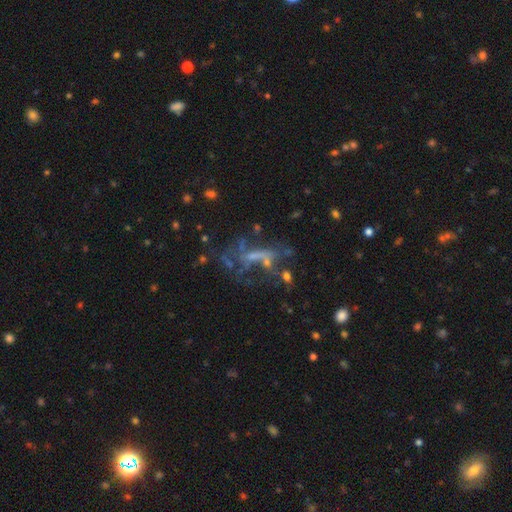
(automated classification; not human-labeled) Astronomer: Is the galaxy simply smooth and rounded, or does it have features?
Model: featured or disk — 54%.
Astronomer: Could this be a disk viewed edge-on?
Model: no — 90%.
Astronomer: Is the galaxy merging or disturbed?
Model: none — 36% (runner-up: major disturbance, 35%).